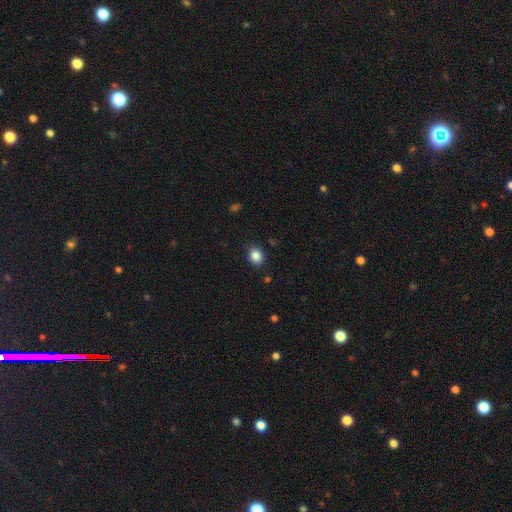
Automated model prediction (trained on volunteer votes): Q: Smooth or featured?
A: smooth (86%); runner-up: star or artifact (9%)
Q: How rounded?
A: in between (53%); runner-up: round (46%)
Q: Merging?
A: none (87%); runner-up: minor disturbance (10%)